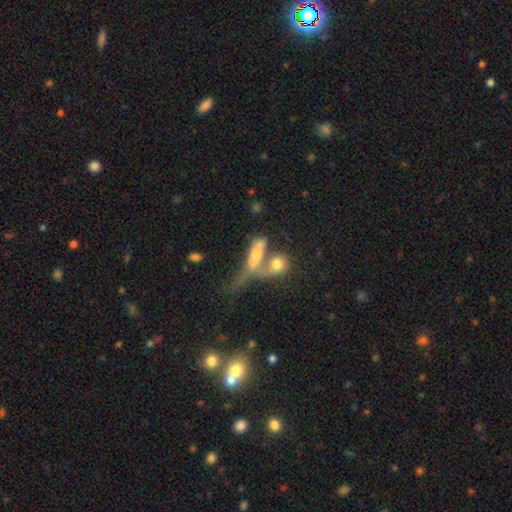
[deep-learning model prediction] Smooth or featured?
  - smooth: 51% *
  - featured or disk: 38%
  - star or artifact: 11%
How rounded?
  - in between: 59% *
  - cigar-shaped: 23%
  - round: 18%
Merging?
  - merger: 65% *
  - major disturbance: 16%
  - none: 12%
  - minor disturbance: 7%